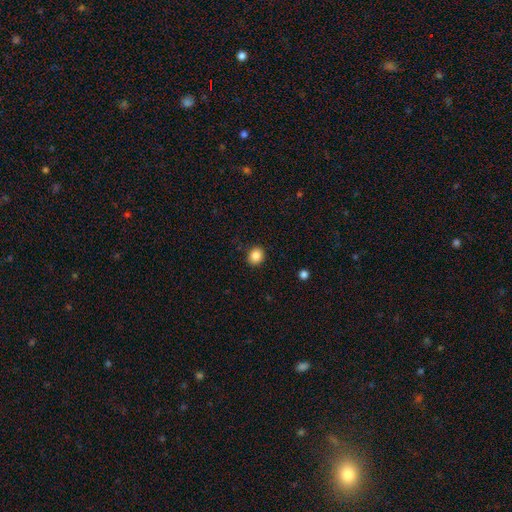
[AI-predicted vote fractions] A smooth galaxy with no disk features (85%) that is round (79%). Merging: none (91%).